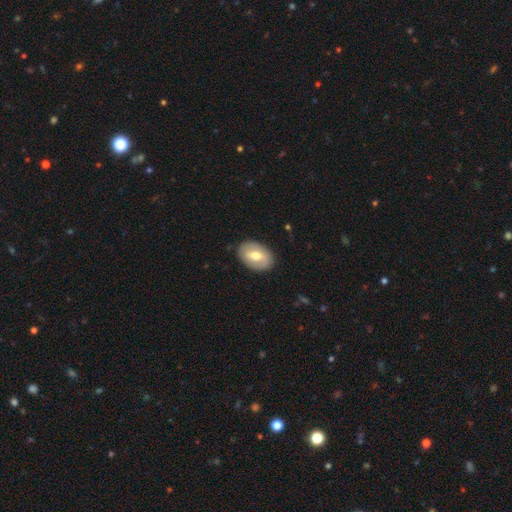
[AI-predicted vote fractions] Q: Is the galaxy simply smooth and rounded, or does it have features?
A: smooth — 54%.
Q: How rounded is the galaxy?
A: in between — 81%.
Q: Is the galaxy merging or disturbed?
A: none — 86%.